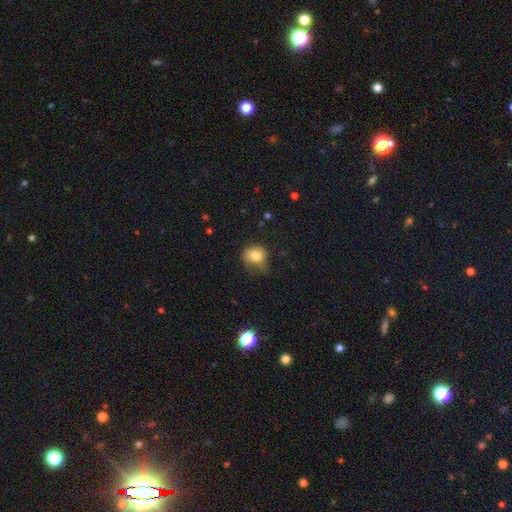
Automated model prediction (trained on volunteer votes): smooth_or_featured: smooth (p=0.77) [alt: featured or disk p=0.12]
how_rounded: round (p=0.66) [alt: in between p=0.33]
merging: none (p=0.45) [alt: minor disturbance p=0.35]